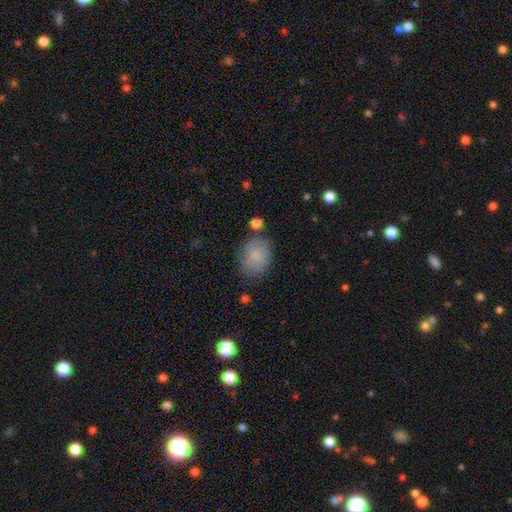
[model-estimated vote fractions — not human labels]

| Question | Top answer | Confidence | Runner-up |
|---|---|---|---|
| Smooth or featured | smooth | 81% | featured or disk (11%) |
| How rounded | in between | 59% | round (40%) |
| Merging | none | 69% | minor disturbance (20%) |